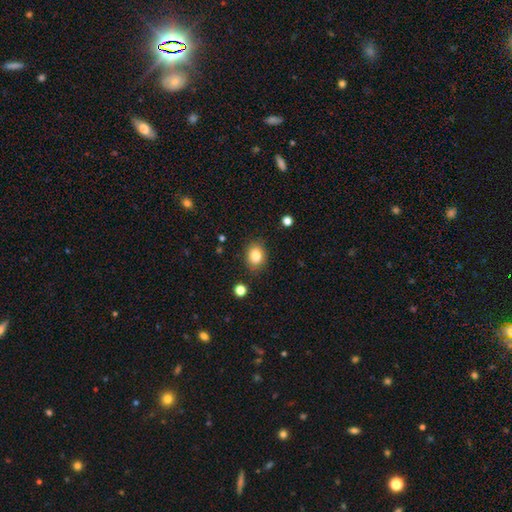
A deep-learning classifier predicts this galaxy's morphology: Smooth or featured: smooth — 84% (star or artifact — 10%)
How rounded: in between — 51% (round — 48%)
Merging: none — 84% (minor disturbance — 11%)